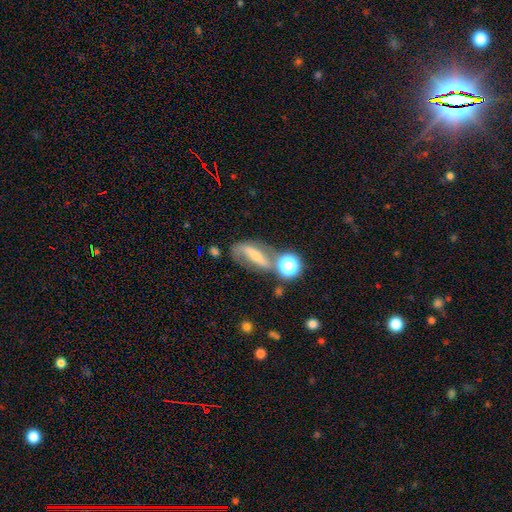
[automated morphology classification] Smooth or featured? Predicted: featured or disk (p=0.66). Edge-on disk? Predicted: no (p=0.81). Bar? Predicted: strong (p=0.57). Spiral arms? Predicted: yes (p=0.77). Bulge size? Predicted: small (p=0.49). Merging? Predicted: none (p=0.56).